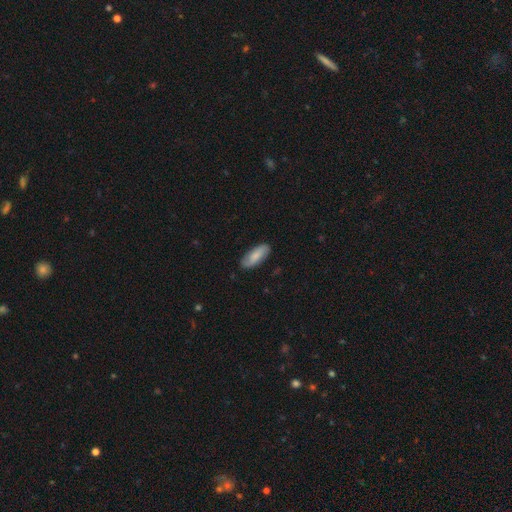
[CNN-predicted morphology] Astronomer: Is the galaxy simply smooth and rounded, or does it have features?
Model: smooth — 72%.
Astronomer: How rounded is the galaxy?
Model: in between — 76%.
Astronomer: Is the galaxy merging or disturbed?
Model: none — 86%.